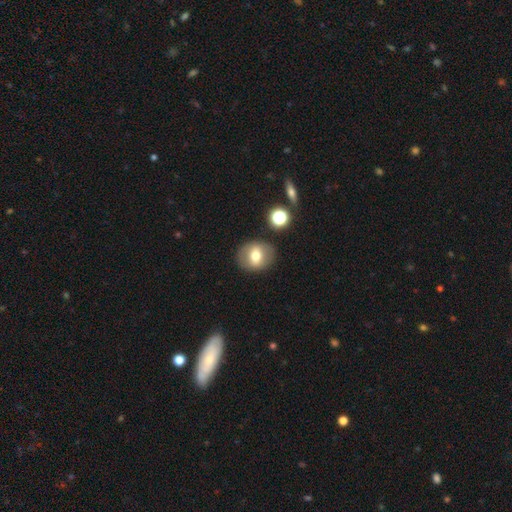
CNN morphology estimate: Overall: smooth (63%; featured or disk 27%). How rounded: round (60%; in between 39%). Merging: none (84%).